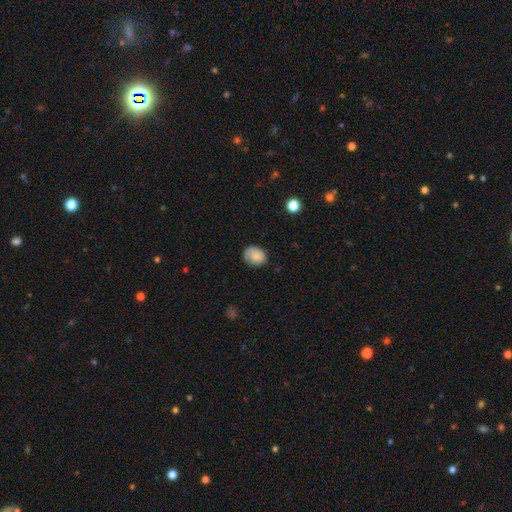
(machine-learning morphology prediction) Overall: smooth (80%). How rounded: round (59%; in between 40%). Merging: none (67%).